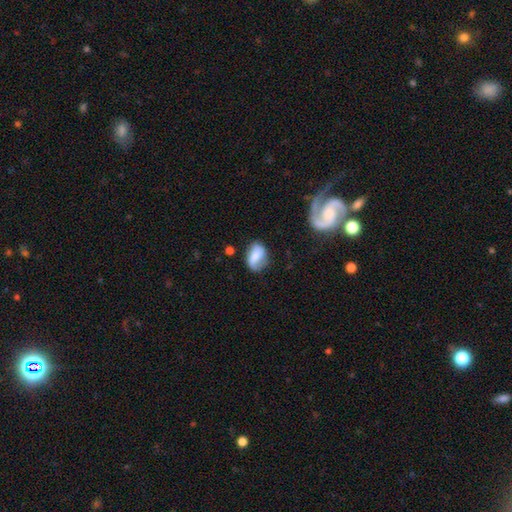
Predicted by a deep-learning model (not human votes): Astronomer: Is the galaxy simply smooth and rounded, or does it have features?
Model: smooth — 63%.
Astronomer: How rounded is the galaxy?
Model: in between — 80%.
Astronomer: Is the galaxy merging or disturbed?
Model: none — 65%.